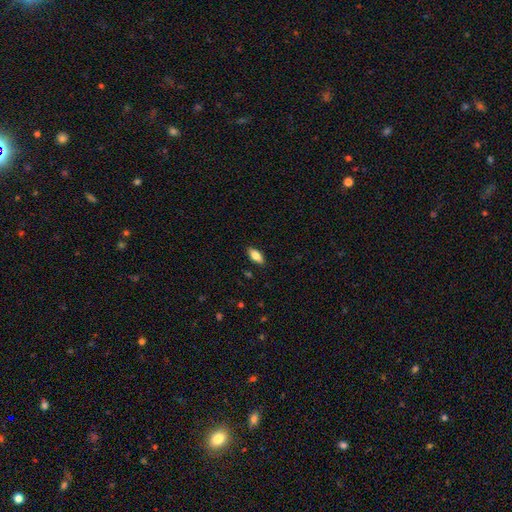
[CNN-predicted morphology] smooth 77%, featured or disk 16%, star or artifact 7%. Down the decision tree: how rounded — in between (81%); merging — none (87%).